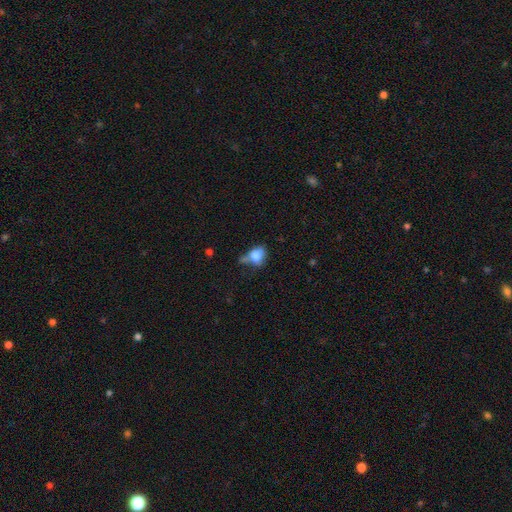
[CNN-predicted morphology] Smooth or featured?
  - smooth: 71% *
  - featured or disk: 18%
  - star or artifact: 11%
How rounded?
  - in between: 69% *
  - round: 29%
  - cigar-shaped: 2%
Merging?
  - none: 31% *
  - minor disturbance: 27%
  - merger: 21%
  - major disturbance: 20%